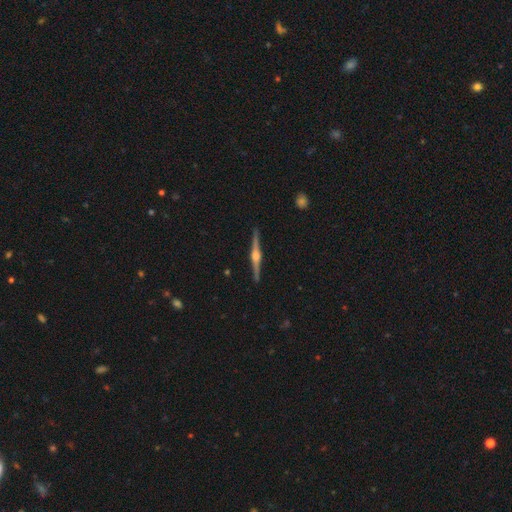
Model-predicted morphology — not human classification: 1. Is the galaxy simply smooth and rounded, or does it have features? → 86% featured or disk, 9% smooth, 5% star or artifact.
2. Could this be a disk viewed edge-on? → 99% yes, 1% no.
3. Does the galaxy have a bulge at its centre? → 92% rounded, 6% boxy, 2% none.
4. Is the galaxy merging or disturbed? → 92% none, 6% minor disturbance, 1% major disturbance, 1% merger.